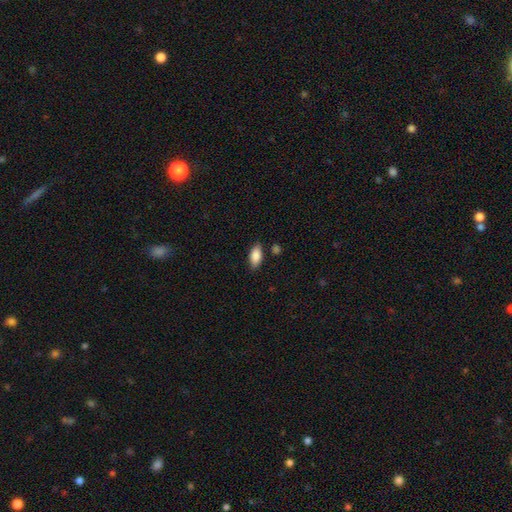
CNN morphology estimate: smooth-or-featured: smooth: 87% | star or artifact: 7% | featured or disk: 6%
  how-rounded: in between: 91% | cigar-shaped: 6% | round: 3%
  merging: none: 81% | minor disturbance: 13% | merger: 3% | major disturbance: 3%